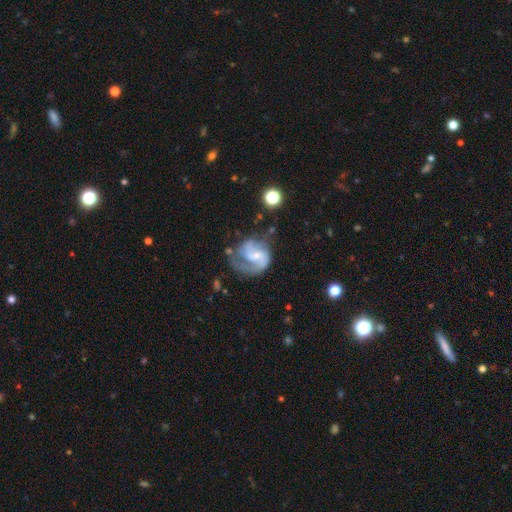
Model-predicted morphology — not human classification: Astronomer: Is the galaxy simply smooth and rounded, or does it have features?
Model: featured or disk — 77%.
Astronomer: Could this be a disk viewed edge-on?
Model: no — 98%.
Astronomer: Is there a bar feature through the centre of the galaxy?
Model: no — 45% (runner-up: weak, 44%).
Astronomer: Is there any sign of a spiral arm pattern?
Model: yes — 90%.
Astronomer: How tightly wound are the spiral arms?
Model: medium — 47% (runner-up: loose, 30%).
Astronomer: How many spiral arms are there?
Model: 2 — 61%.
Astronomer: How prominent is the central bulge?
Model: small — 55%.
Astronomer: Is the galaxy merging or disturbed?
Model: none — 42% (runner-up: major disturbance, 30%).